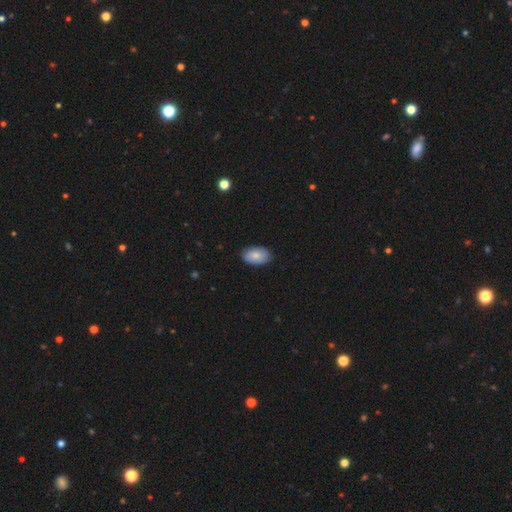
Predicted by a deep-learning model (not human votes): Smooth or featured?
  - smooth: 83% *
  - featured or disk: 11%
  - star or artifact: 6%
How rounded?
  - in between: 93% *
  - round: 6%
  - cigar-shaped: 1%
Merging?
  - none: 86% *
  - minor disturbance: 11%
  - major disturbance: 2%
  - merger: 1%